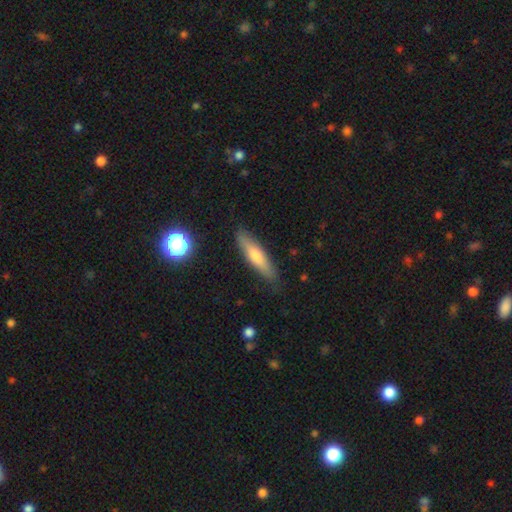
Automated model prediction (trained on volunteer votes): Smooth or featured? smooth (63%)
How rounded? cigar-shaped (77%)
Merging? none (85%)